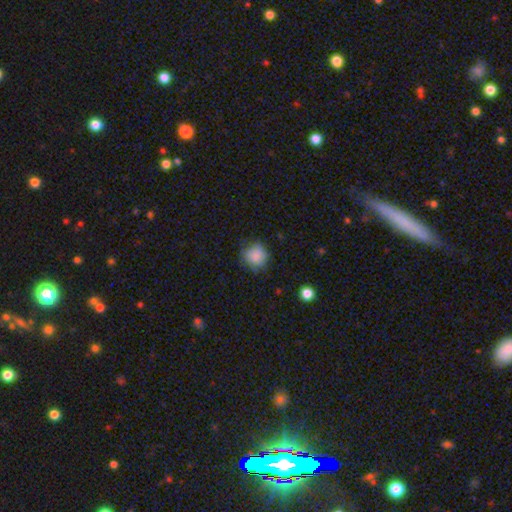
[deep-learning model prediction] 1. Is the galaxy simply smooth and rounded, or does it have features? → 85% smooth, 9% star or artifact, 6% featured or disk.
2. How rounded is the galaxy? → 86% round, 13% in between, 1% cigar-shaped.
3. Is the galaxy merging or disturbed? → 71% none, 22% minor disturbance, 6% major disturbance, 1% merger.